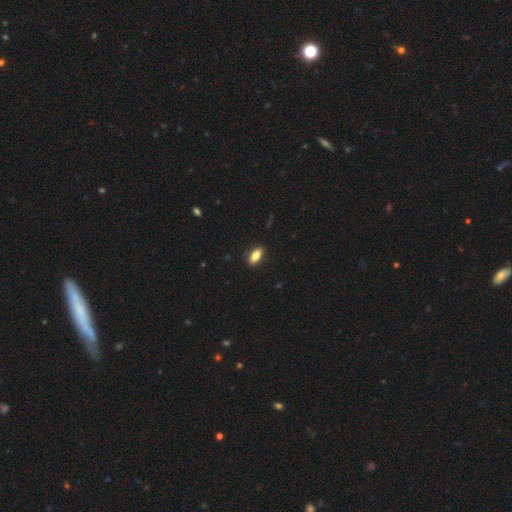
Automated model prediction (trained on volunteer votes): Smooth or featured? smooth (80%)
How rounded? in between (83%)
Merging? none (89%)